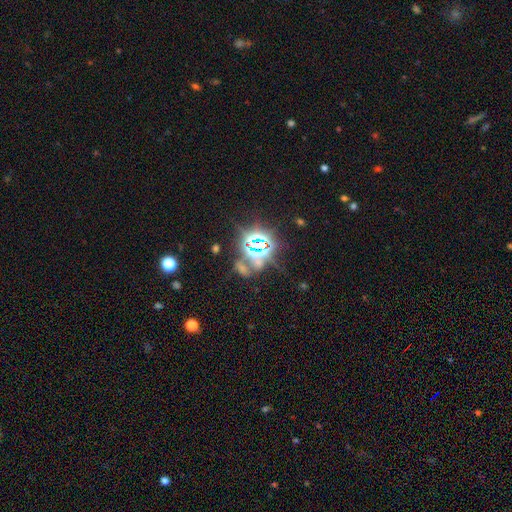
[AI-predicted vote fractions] smooth_or_featured: star or artifact (p=0.80) [alt: smooth p=0.12]